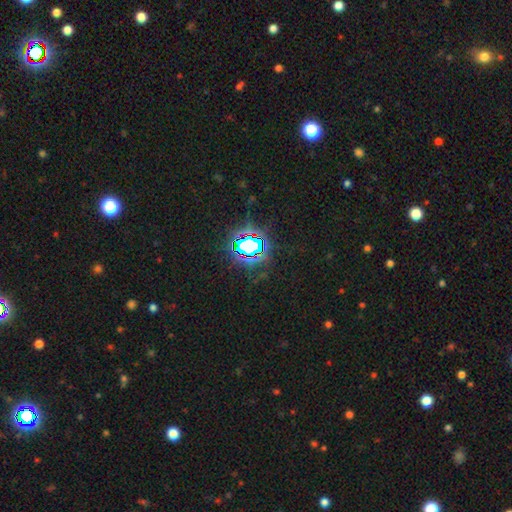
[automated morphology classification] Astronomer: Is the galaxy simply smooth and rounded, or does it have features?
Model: star or artifact — 81%.